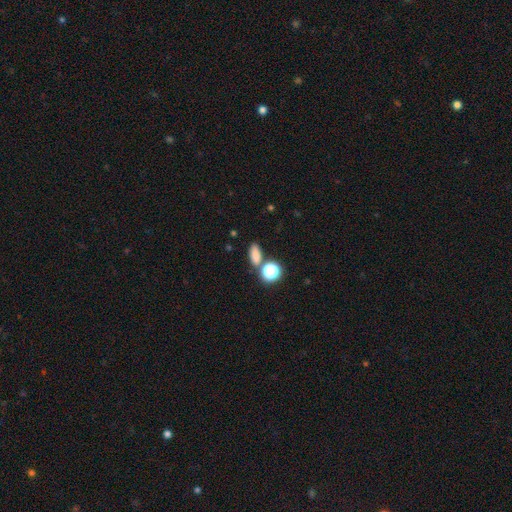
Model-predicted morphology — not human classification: Overall: smooth (77%). How rounded: in between (71%). Merging: none (70%).